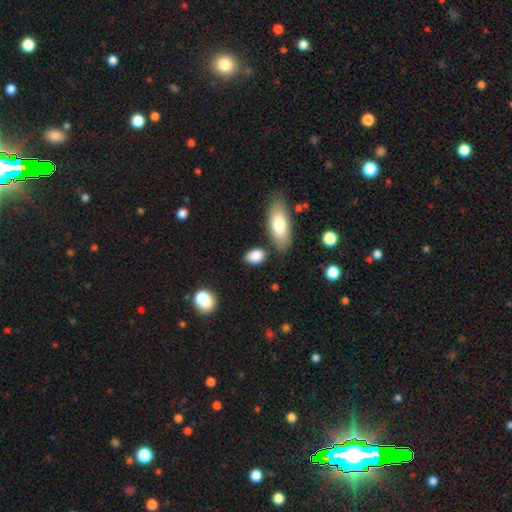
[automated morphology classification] smooth 86%, star or artifact 8%, featured or disk 6%. Down the decision tree: how rounded — in between (83%); merging — none (72%).